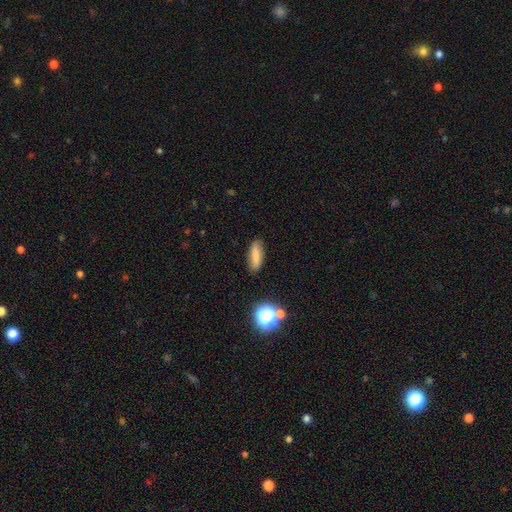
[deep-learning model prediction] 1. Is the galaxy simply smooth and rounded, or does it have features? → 76% smooth, 14% featured or disk, 10% star or artifact.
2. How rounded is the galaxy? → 56% in between, 39% cigar-shaped, 4% round.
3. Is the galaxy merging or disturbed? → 84% none, 12% minor disturbance, 3% major disturbance, 2% merger.